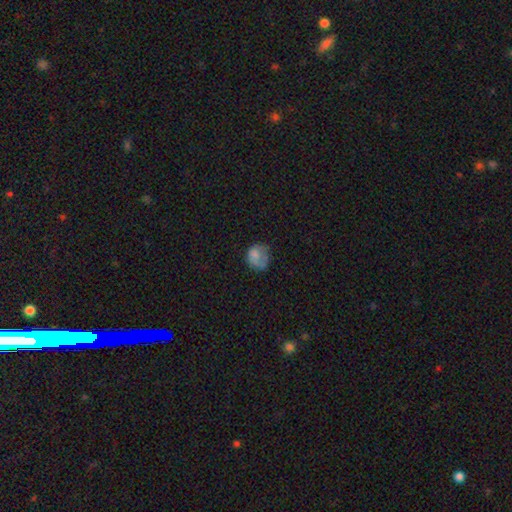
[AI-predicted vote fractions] smooth 72%, featured or disk 18%, star or artifact 10%. Down the decision tree: how rounded — round (67%); merging — none (42%).